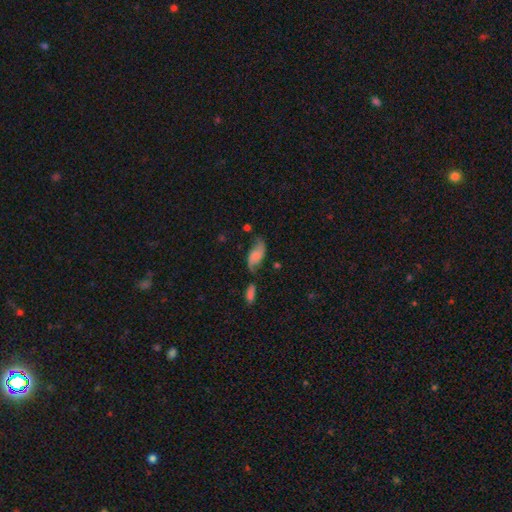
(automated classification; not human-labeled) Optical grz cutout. It shows a featured or disk galaxy (52%). Merging: none (52%).